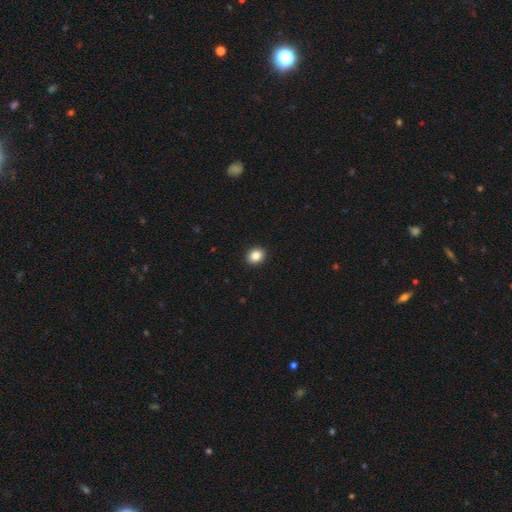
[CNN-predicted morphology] A smooth galaxy with no disk features (86%) that is round (57%).

Vote fractions:
- Smooth or featured? smooth: 86% / star or artifact: 9% / featured or disk: 5%
- How rounded? round: 57% / in between: 42% / cigar-shaped: 1%
- Merging? none: 92% / minor disturbance: 5% / major disturbance: 2% / merger: 1%